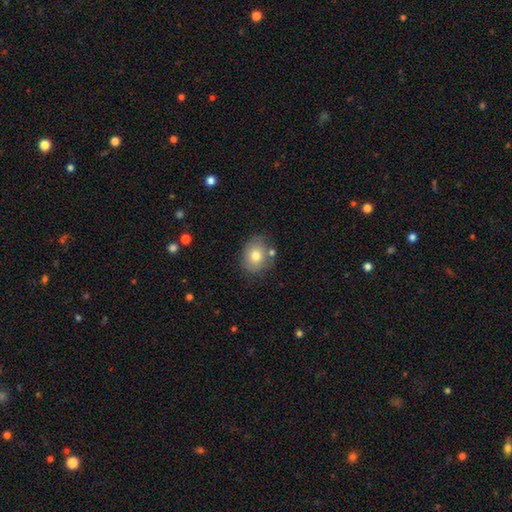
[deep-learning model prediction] Overall: smooth (75%). How rounded: round (51%; in between 48%). Merging: none (73%).